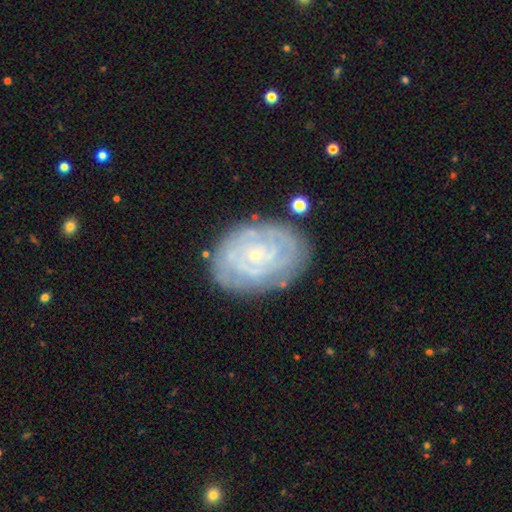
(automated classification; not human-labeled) A featured or disk galaxy (79%) with no bar (79%), tight (79%) spiral arms (88%) and a small central bulge (86%). Merging: none (78%).